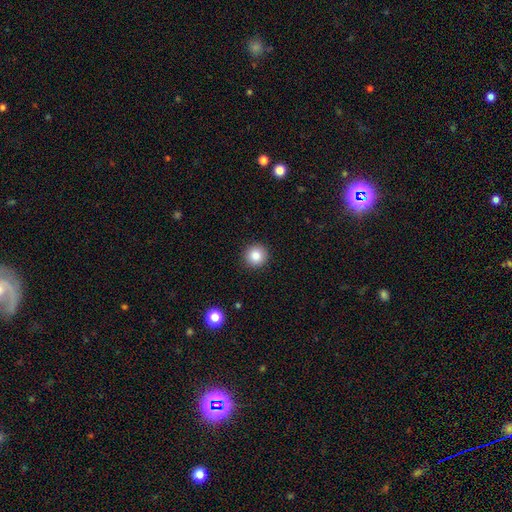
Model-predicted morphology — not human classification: Smooth or featured?
  - smooth: 84% *
  - star or artifact: 10%
  - featured or disk: 6%
How rounded?
  - round: 95% *
  - in between: 4%
  - cigar-shaped: 1%
Merging?
  - none: 92% *
  - minor disturbance: 5%
  - major disturbance: 2%
  - merger: 1%